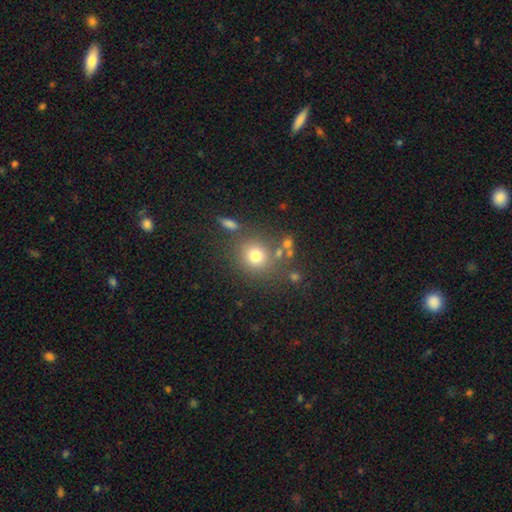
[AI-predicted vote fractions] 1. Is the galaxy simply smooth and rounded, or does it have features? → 75% smooth, 14% star or artifact, 10% featured or disk.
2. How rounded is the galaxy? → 85% round, 13% in between, 1% cigar-shaped.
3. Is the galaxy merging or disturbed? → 73% none, 12% minor disturbance, 9% merger, 6% major disturbance.